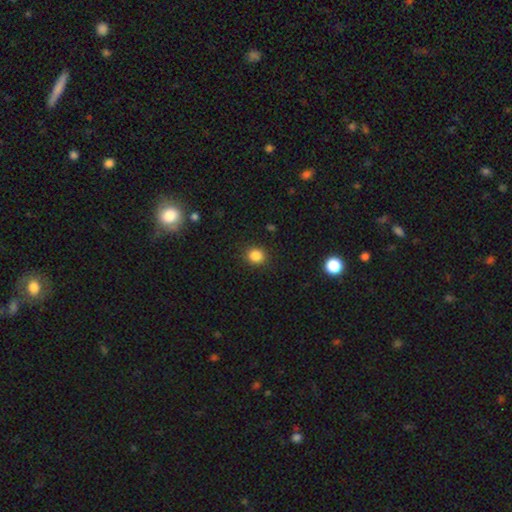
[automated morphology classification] Smooth or featured?
  - smooth: 85% *
  - star or artifact: 11%
  - featured or disk: 3%
How rounded?
  - round: 81% *
  - in between: 19%
  - cigar-shaped: 1%
Merging?
  - none: 90% *
  - minor disturbance: 7%
  - major disturbance: 2%
  - merger: 1%